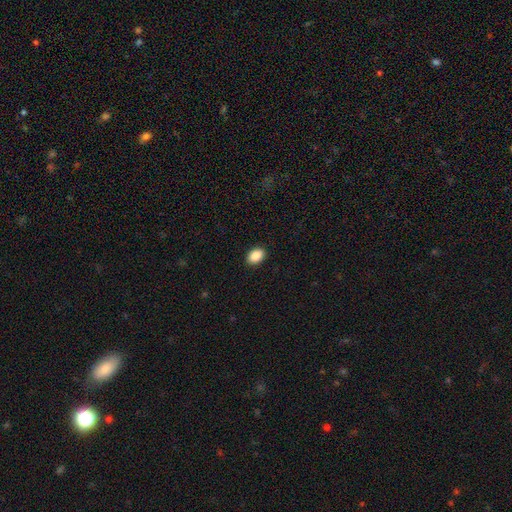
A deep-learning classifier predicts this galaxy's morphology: Smooth or featured: smooth — 90% (star or artifact — 8%)
How rounded: in between — 82% (round — 16%)
Merging: none — 91% (minor disturbance — 6%)